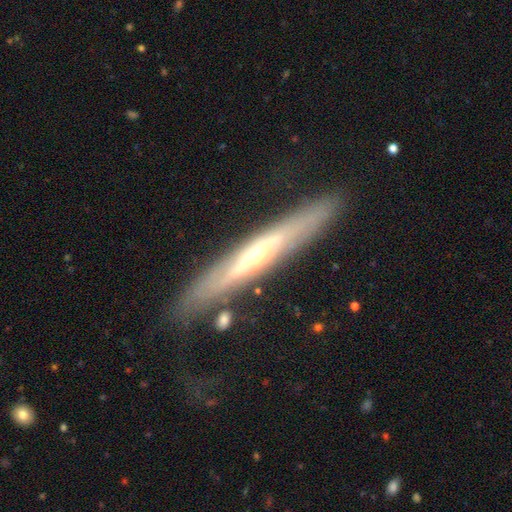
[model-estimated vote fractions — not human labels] The model was most divided on "edge-on bulge": rounded: 71%, none: 25%, boxy: 3%. More confident: merging — none (81%); edge-on disk — yes (80%); smooth or featured — featured or disk (72%).